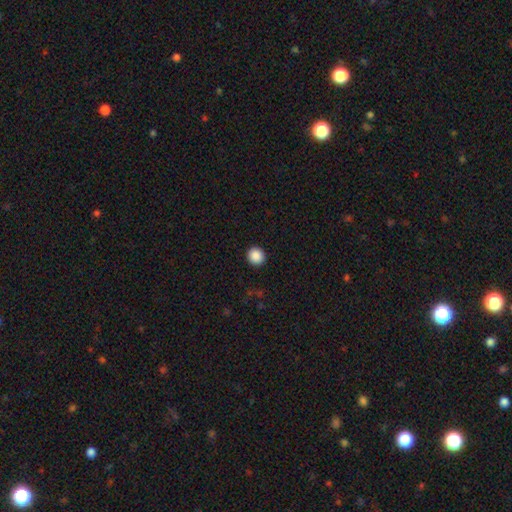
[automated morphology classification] Smooth or featured?
  - smooth: 89% *
  - star or artifact: 9%
  - featured or disk: 2%
How rounded?
  - round: 91% *
  - in between: 8%
  - cigar-shaped: 1%
Merging?
  - none: 92% *
  - minor disturbance: 5%
  - major disturbance: 2%
  - merger: 1%